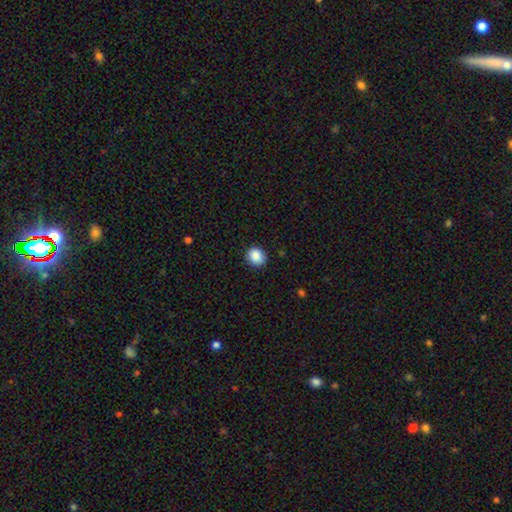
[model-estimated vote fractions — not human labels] Morphology: type=smooth (88%); roundness=round (80%); merging=none (86%).